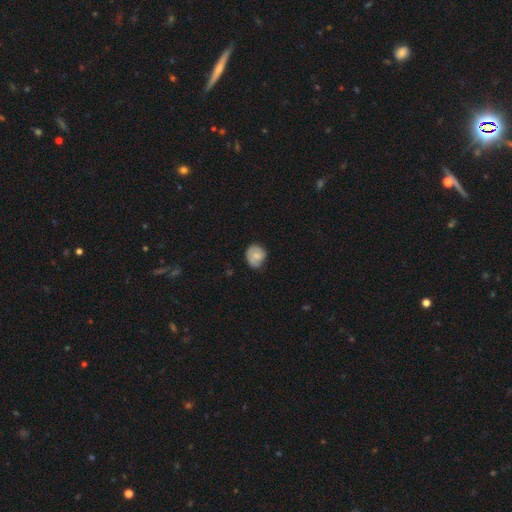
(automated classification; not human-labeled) Smooth or featured?
  - smooth: 60% *
  - featured or disk: 33%
  - star or artifact: 7%
How rounded?
  - round: 69% *
  - in between: 30%
  - cigar-shaped: 1%
Merging?
  - none: 59% *
  - minor disturbance: 31%
  - major disturbance: 9%
  - merger: 2%